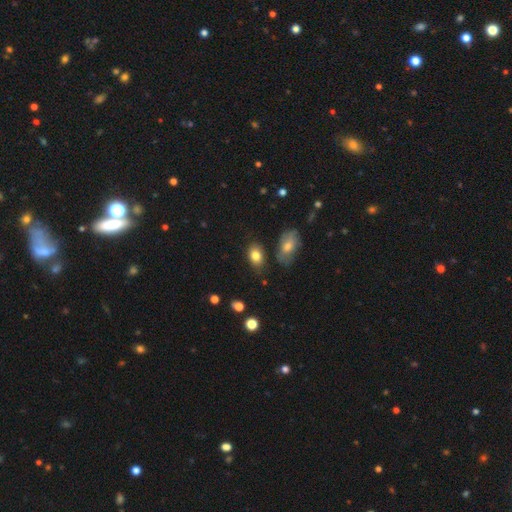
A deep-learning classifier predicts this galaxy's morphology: smooth 82%, featured or disk 9%, star or artifact 9%. Down the decision tree: how rounded — in between (84%); merging — none (72%).